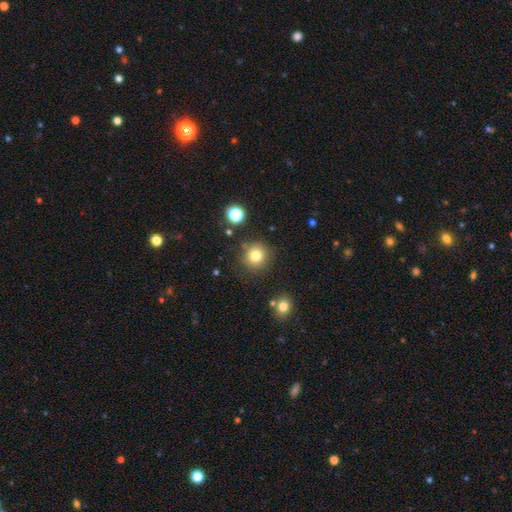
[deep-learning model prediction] smooth-or-featured: smooth: 79% | star or artifact: 13% | featured or disk: 8%
  how-rounded: round: 91% | in between: 8% | cigar-shaped: 1%
  merging: none: 83% | minor disturbance: 9% | merger: 5% | major disturbance: 3%